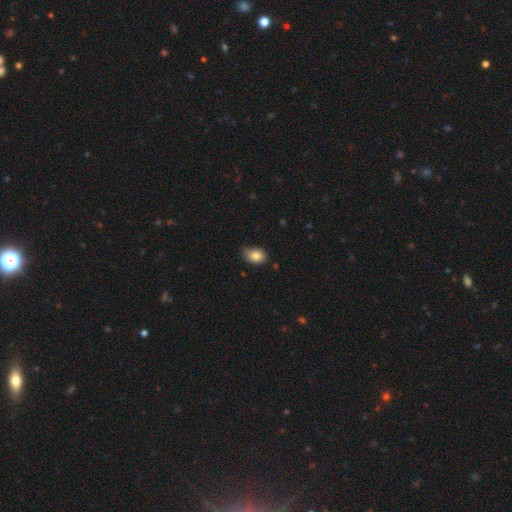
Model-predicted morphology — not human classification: A smooth galaxy with no disk features (84%) that is in between round and cigar-shaped (71%).

Vote fractions:
- Smooth or featured? smooth: 84% / star or artifact: 8% / featured or disk: 7%
- How rounded? in between: 71% / round: 28% / cigar-shaped: 1%
- Merging? none: 63% / minor disturbance: 31% / major disturbance: 5% / merger: 2%